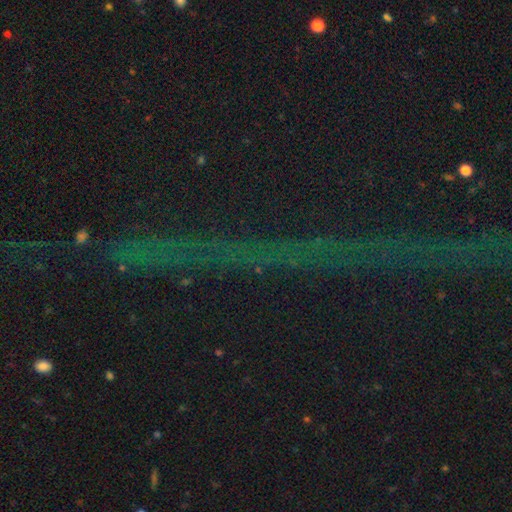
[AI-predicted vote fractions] Smooth or featured? Predicted: star or artifact (p=0.79).